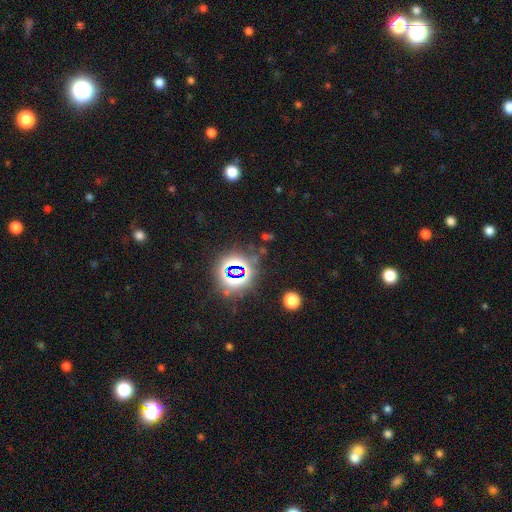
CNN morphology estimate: Q: Smooth or featured?
A: star or artifact (77%); runner-up: smooth (15%)